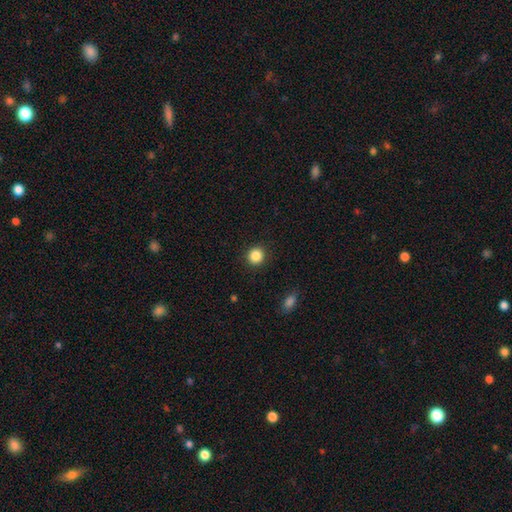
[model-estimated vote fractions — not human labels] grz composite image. It shows a smooth galaxy with no disk features (86%) that is round (91%). Merging: none (91%).